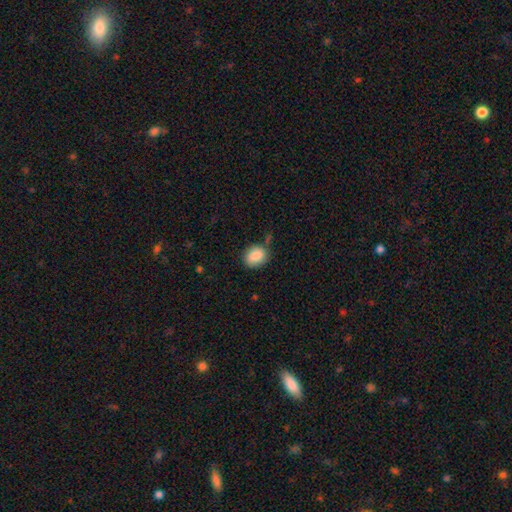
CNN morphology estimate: smooth-or-featured: smooth: 85% | star or artifact: 7% | featured or disk: 7%
  how-rounded: in between: 50% | round: 49% | cigar-shaped: 1%
  merging: none: 72% | minor disturbance: 18% | merger: 5% | major disturbance: 4%